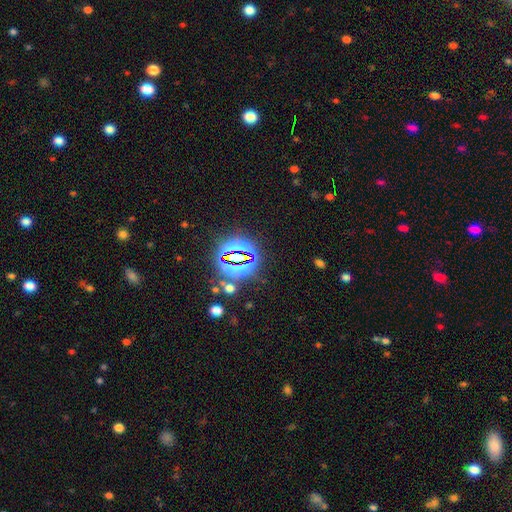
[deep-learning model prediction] Overall: star or artifact (83%).